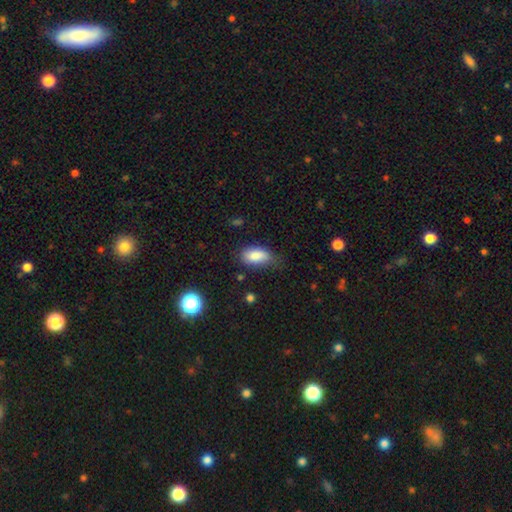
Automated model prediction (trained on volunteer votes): Smooth or featured? Predicted: smooth (p=0.85). How rounded? Predicted: in between (p=0.91). Merging? Predicted: none (p=0.63).